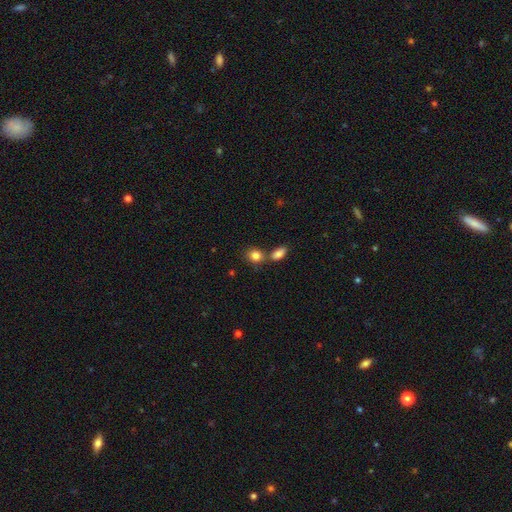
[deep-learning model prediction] smooth-or-featured: smooth: 84% | star or artifact: 9% | featured or disk: 6%
  how-rounded: round: 55% | in between: 43% | cigar-shaped: 2%
  merging: none: 55% | merger: 31% | minor disturbance: 11% | major disturbance: 4%